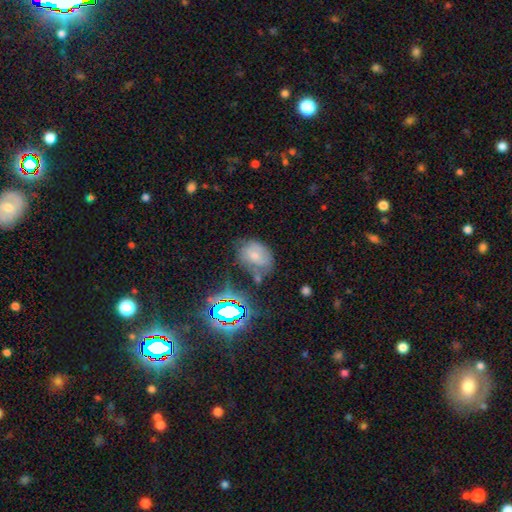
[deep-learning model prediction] A smooth galaxy with no disk features (56%) that is in between round and cigar-shaped (64%).

Vote fractions:
- Smooth or featured? smooth: 56% / featured or disk: 25% / star or artifact: 18%
- How rounded? in between: 64% / round: 35% / cigar-shaped: 1%
- Merging? none: 48% / minor disturbance: 28% / major disturbance: 13% / merger: 10%